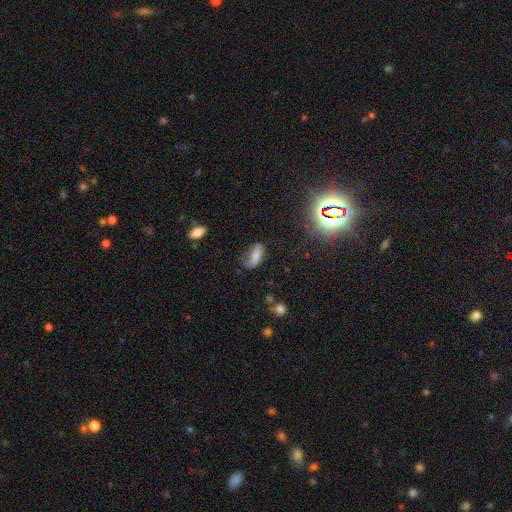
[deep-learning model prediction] Smooth or featured? smooth (58%)
How rounded? in between (79%)
Merging? none (47%)